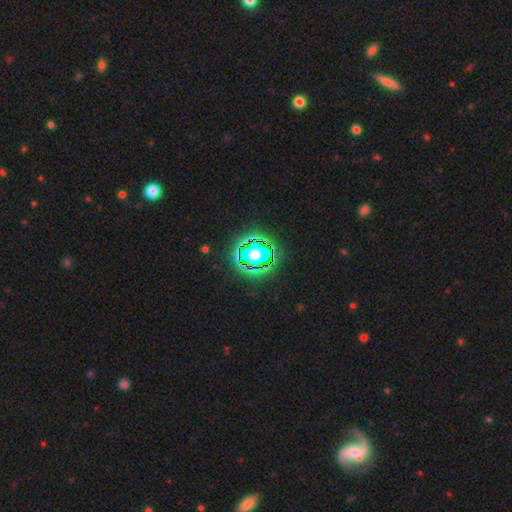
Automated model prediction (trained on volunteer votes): This is likely a star or artifact rather than a galaxy (77%).